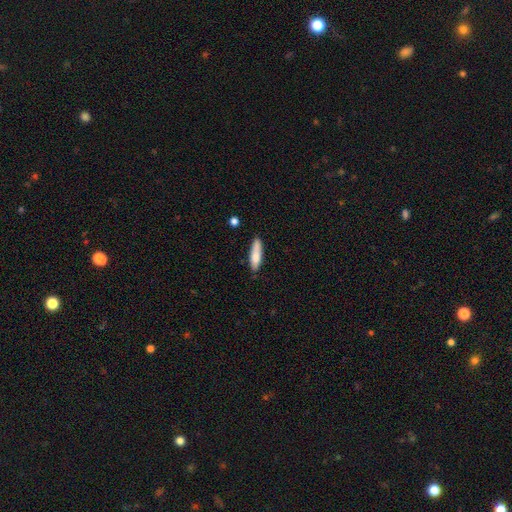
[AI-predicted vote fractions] A smooth galaxy with no disk features (78%) that is cigar-shaped (70%). Merging: none (78%).